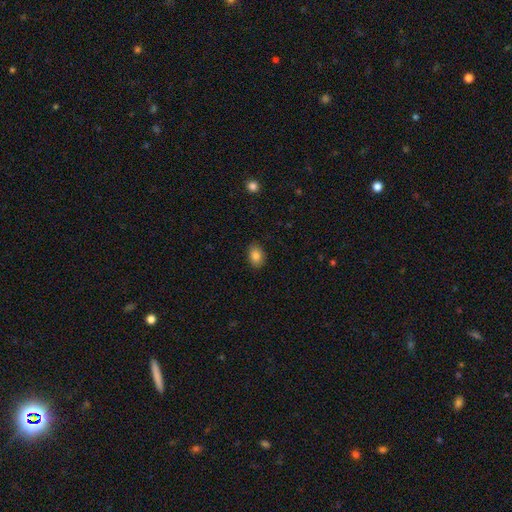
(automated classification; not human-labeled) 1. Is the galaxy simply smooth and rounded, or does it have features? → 85% smooth, 9% star or artifact, 6% featured or disk.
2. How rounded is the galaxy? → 80% in between, 19% round, 1% cigar-shaped.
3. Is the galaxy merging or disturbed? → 87% none, 10% minor disturbance, 2% major disturbance, 1% merger.